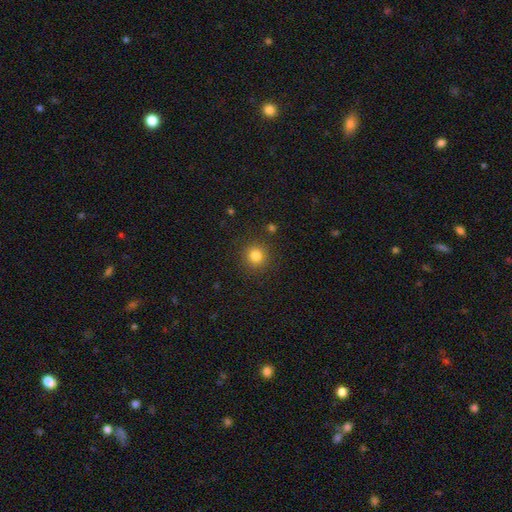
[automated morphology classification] A smooth galaxy with no disk features (82%) that is round (93%). Merging: none (89%).